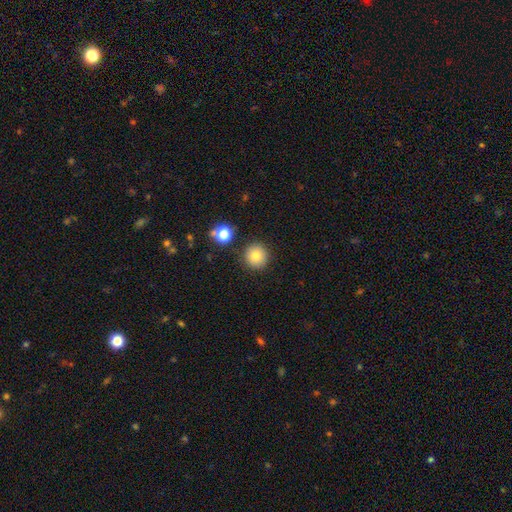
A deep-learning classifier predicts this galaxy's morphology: The model was most divided on "smooth or featured": smooth: 81%, star or artifact: 12%, featured or disk: 8%. More confident: how rounded — round (94%); merging — none (88%).